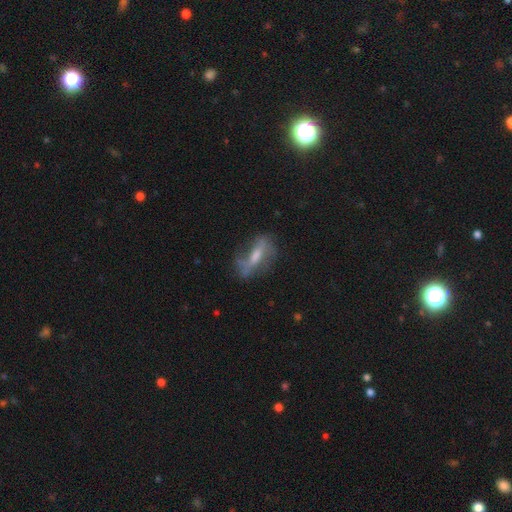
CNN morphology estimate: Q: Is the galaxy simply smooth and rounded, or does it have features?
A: featured or disk — 58%.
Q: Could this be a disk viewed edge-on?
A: no — 80%.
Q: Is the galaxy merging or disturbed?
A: none — 56%.